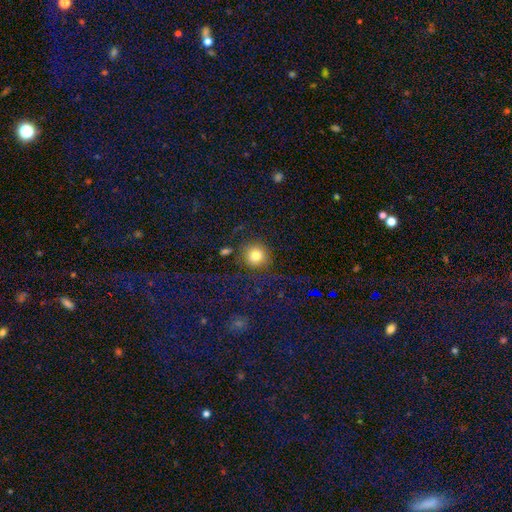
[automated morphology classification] Overall: smooth (78%). How rounded: round (91%). Merging: none (75%).